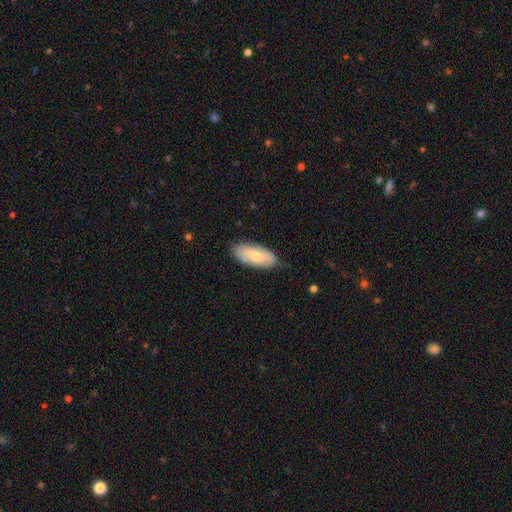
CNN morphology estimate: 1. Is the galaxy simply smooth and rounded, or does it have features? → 70% smooth, 25% featured or disk, 6% star or artifact.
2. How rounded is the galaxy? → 86% in between, 12% cigar-shaped, 2% round.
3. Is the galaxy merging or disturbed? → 82% none, 15% minor disturbance, 3% major disturbance, 1% merger.